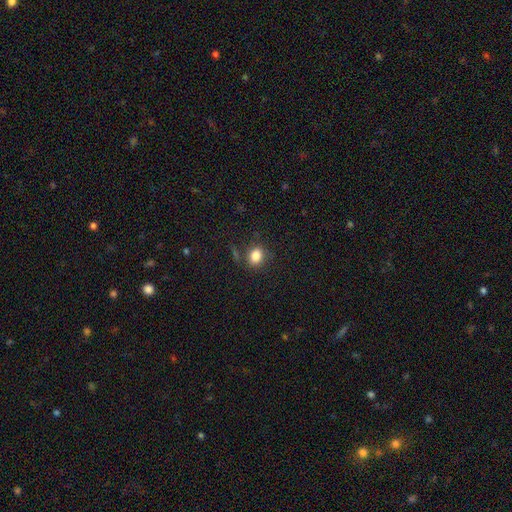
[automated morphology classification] Smooth or featured? Predicted: smooth (p=0.84). How rounded? Predicted: in between (p=0.53). Merging? Predicted: none (p=0.77).